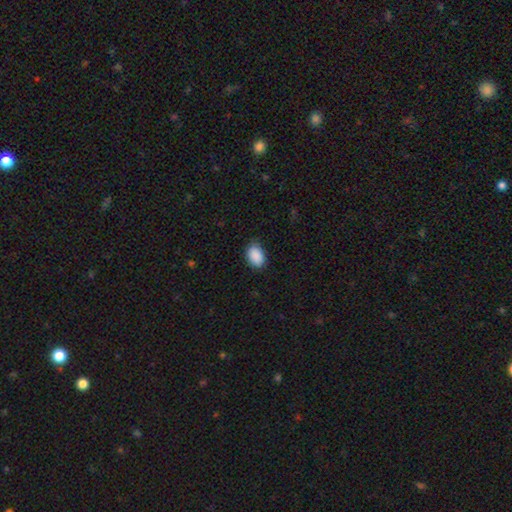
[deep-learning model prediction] Overall: smooth (90%). How rounded: in between (85%). Merging: none (81%).